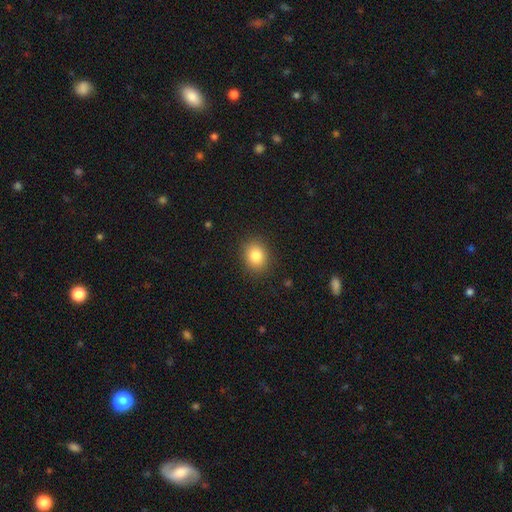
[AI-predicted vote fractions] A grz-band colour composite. It shows a smooth galaxy with no disk features (85%) that is round (59%). Merging: none (88%).